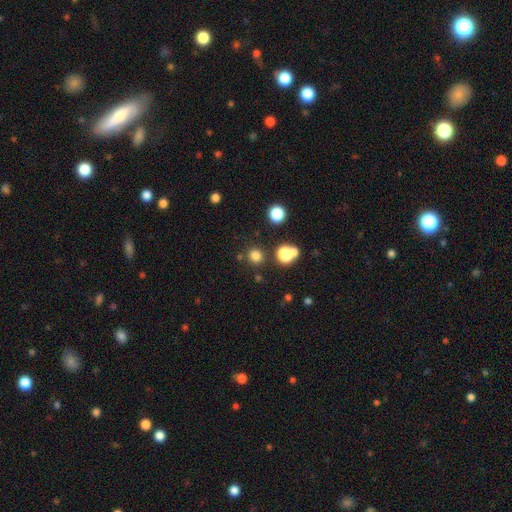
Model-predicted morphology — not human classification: Smooth or featured? smooth (76%)
How rounded? round (91%)
Merging? none (83%)